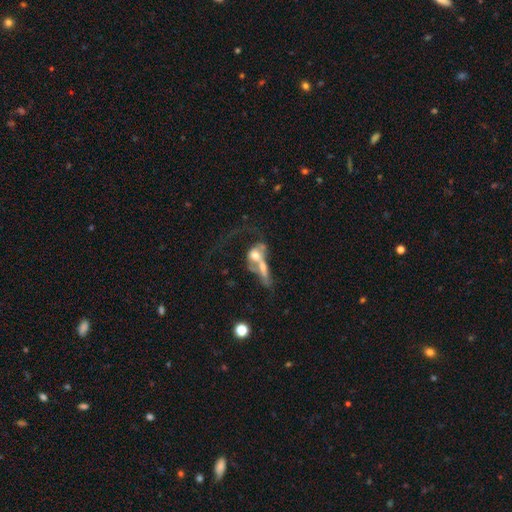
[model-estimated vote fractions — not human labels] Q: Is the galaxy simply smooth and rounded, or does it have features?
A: featured or disk — 48%.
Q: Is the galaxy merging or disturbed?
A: merger — 68%.